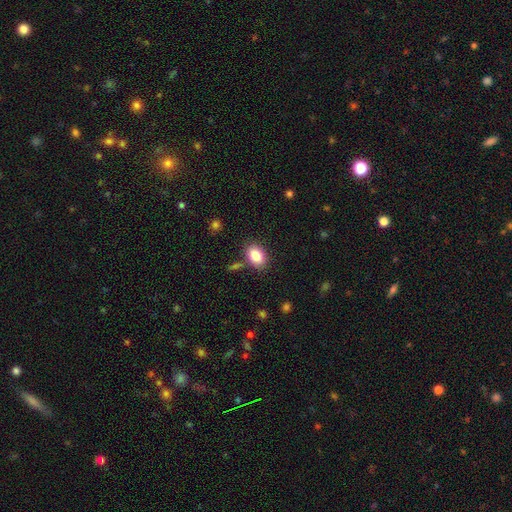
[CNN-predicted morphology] Smooth or featured? Predicted: smooth (p=0.84). How rounded? Predicted: in between (p=0.82). Merging? Predicted: none (p=0.81).